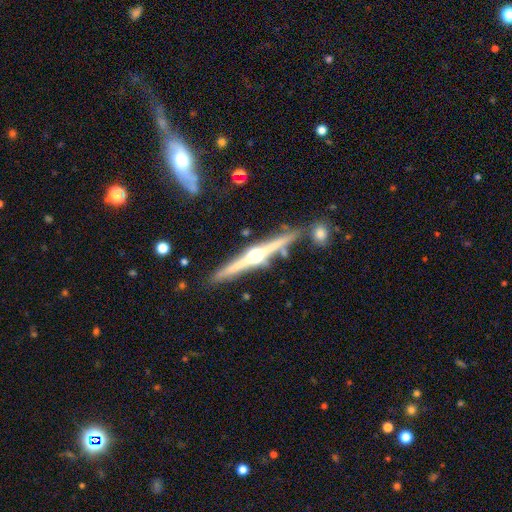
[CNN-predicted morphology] type=featured or disk (82%); edge-on=yes (98%); edge-on bulge=rounded (95%); merging=none (83%).